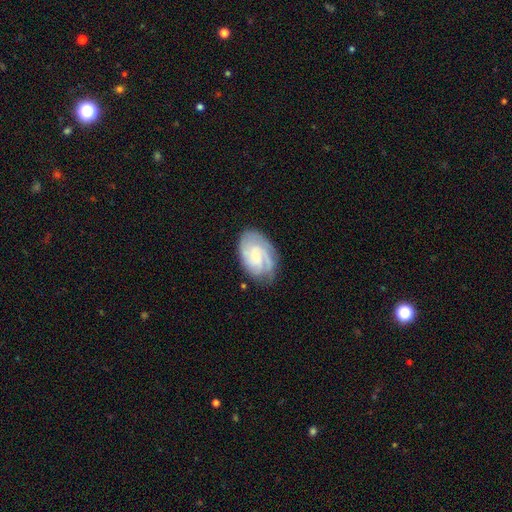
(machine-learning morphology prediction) Smooth or featured?
  - featured or disk: 80% *
  - smooth: 15%
  - star or artifact: 5%
Edge-on disk?
  - no: 97% *
  - yes: 3%
Bar?
  - no: 62% *
  - weak: 33%
  - strong: 5%
Spiral arms?
  - yes: 96% *
  - no: 4%
Spiral winding?
  - tight: 58% *
  - medium: 34%
  - loose: 8%
Spiral arm count?
  - 3: 31% *
  - 2: 26%
  - can't tell: 24%
  - 4: 8%
  - 1: 6%
  - more than 4: 4%
Bulge size?
  - small: 69% *
  - moderate: 25%
  - none: 4%
  - large: 2%
  - dominant: 1%
Merging?
  - none: 74% *
  - minor disturbance: 19%
  - major disturbance: 6%
  - merger: 1%